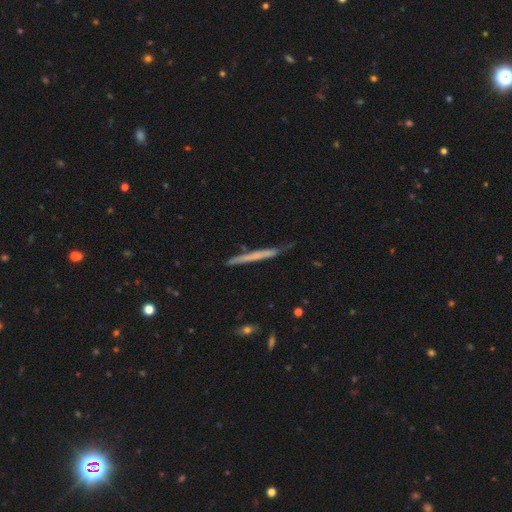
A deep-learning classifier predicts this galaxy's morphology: This is possibly a smooth galaxy (48%). Merging: likely none (77%).